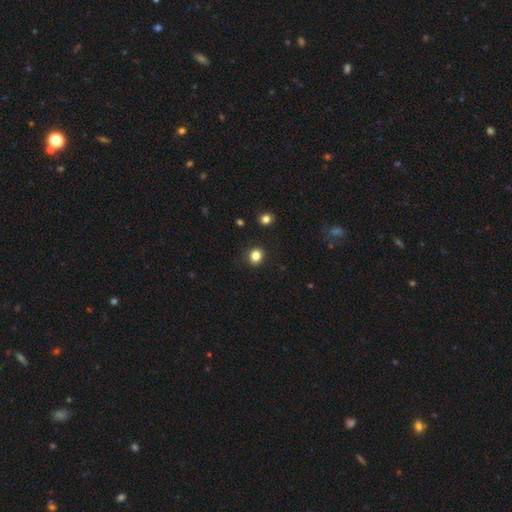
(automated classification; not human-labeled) Overall: smooth (83%). How rounded: round (75%). Merging: none (89%).